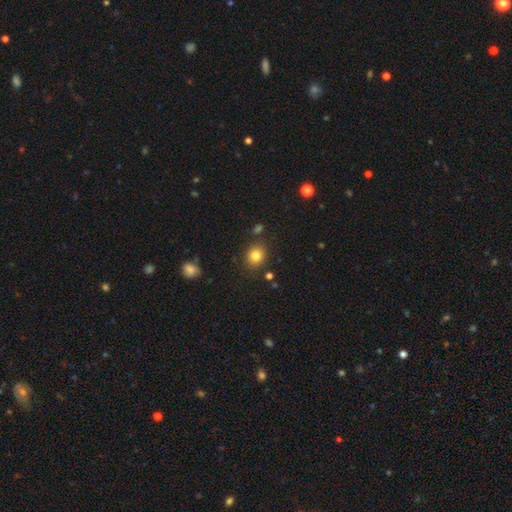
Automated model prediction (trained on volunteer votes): smooth 82%, star or artifact 11%, featured or disk 7%. Down the decision tree: how rounded — round (74%); merging — none (84%).